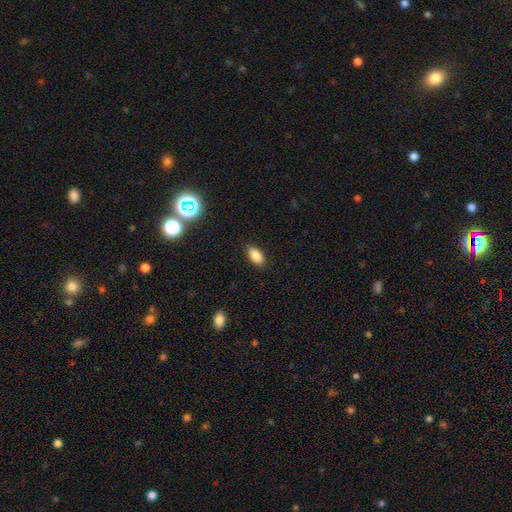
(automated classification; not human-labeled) Q: Smooth or featured?
A: smooth (84%); runner-up: star or artifact (10%)
Q: How rounded?
A: in between (91%); runner-up: round (5%)
Q: Merging?
A: none (88%); runner-up: minor disturbance (9%)